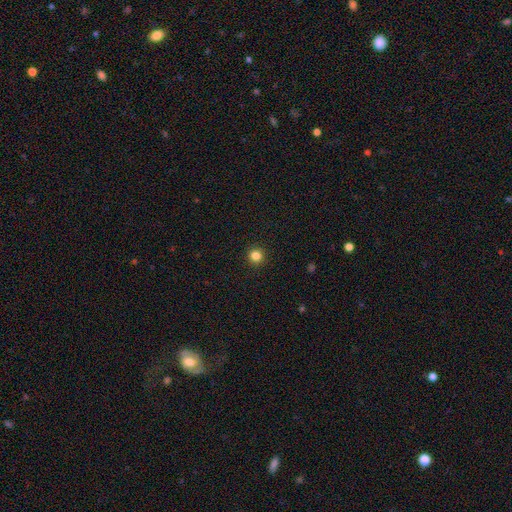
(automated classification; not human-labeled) Q: Smooth or featured?
A: smooth (83%); runner-up: star or artifact (13%)
Q: How rounded?
A: round (95%); runner-up: in between (4%)
Q: Merging?
A: none (93%); runner-up: minor disturbance (5%)